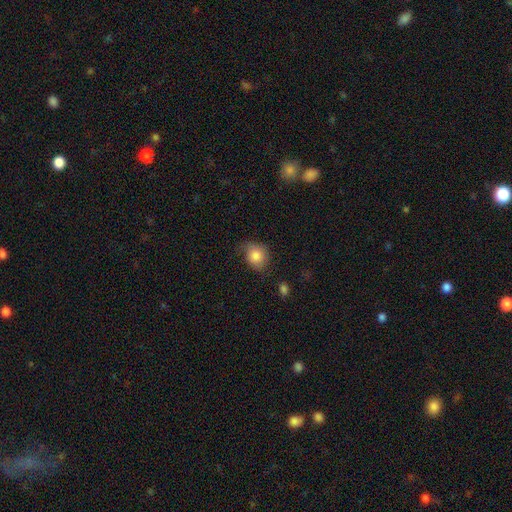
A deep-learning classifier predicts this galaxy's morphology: Smooth or featured? smooth (82%)
How rounded? round (66%)
Merging? none (55%)